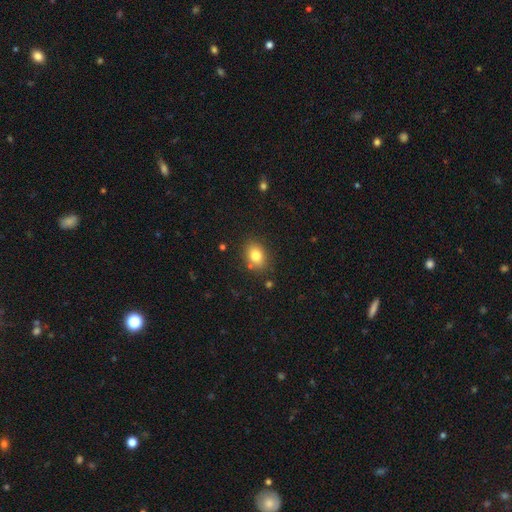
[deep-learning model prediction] smooth_or_featured: smooth (p=0.80) [alt: star or artifact p=0.11]
how_rounded: in between (p=0.61) [alt: round p=0.37]
merging: none (p=0.83) [alt: minor disturbance p=0.11]